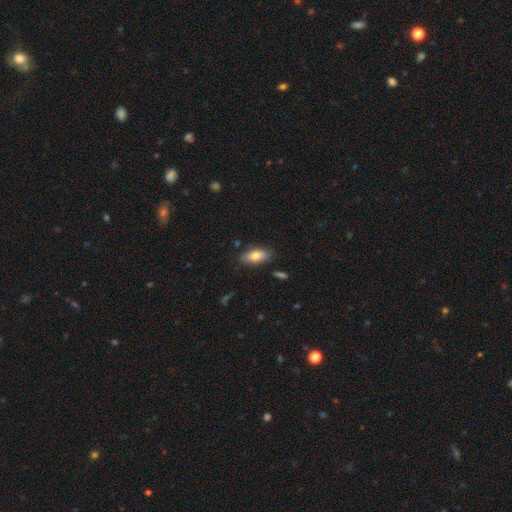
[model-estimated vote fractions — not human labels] This is likely a smooth galaxy (76%). How rounded: clearly in between (89%). Merging: clearly none (82%).